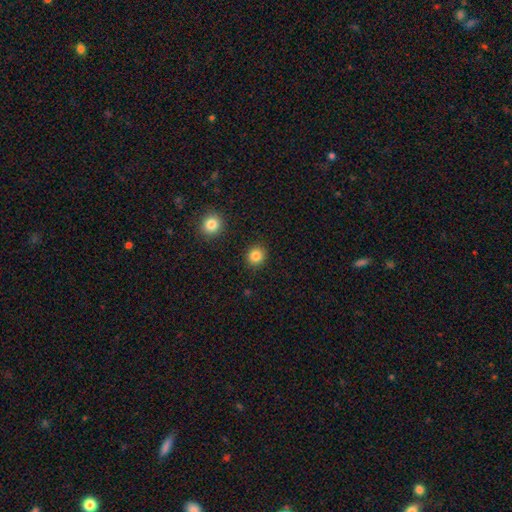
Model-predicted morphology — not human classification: smooth_or_featured: smooth (p=0.85) [alt: star or artifact p=0.11]
how_rounded: round (p=0.86) [alt: in between p=0.13]
merging: none (p=0.90) [alt: minor disturbance p=0.06]